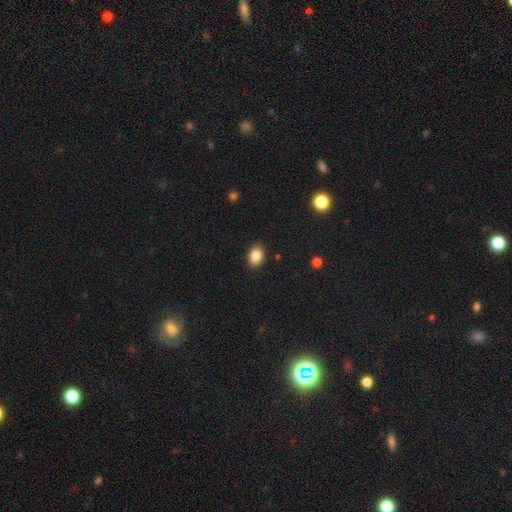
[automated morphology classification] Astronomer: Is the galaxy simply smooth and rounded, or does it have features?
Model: smooth — 86%.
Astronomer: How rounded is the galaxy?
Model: in between — 79%.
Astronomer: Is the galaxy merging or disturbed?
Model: none — 89%.